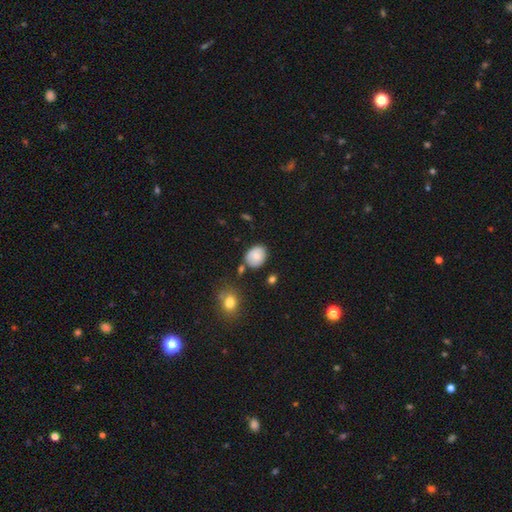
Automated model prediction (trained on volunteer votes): A smooth galaxy with no disk features (82%) that is round (51%).

Vote fractions:
- Smooth or featured? smooth: 82% / featured or disk: 10% / star or artifact: 8%
- How rounded? round: 51% / in between: 48% / cigar-shaped: 1%
- Merging? none: 74% / minor disturbance: 18% / merger: 5% / major disturbance: 4%